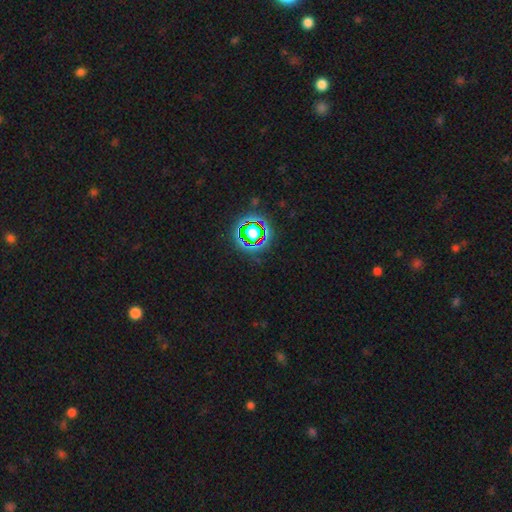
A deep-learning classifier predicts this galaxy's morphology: This appears to be a star or artifact, not a galaxy (77%).